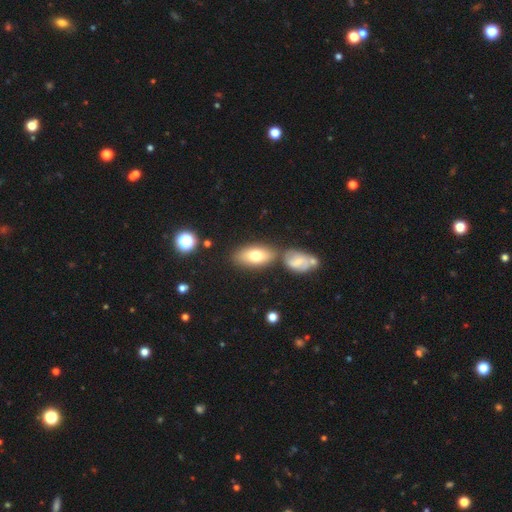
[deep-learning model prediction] Smooth or featured? Predicted: smooth (p=0.72). How rounded? Predicted: in between (p=0.88). Merging? Predicted: none (p=0.67).